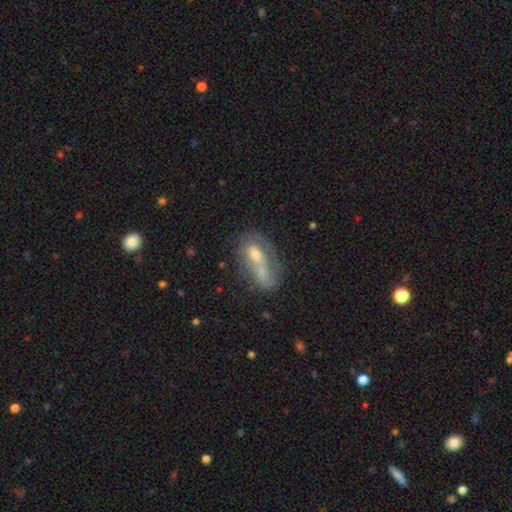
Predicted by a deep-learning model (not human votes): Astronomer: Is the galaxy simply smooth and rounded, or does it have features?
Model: featured or disk — 57% (runner-up: smooth, 33%).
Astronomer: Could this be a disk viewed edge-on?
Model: no — 87%.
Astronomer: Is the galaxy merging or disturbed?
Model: none — 37% (runner-up: merger, 24%).